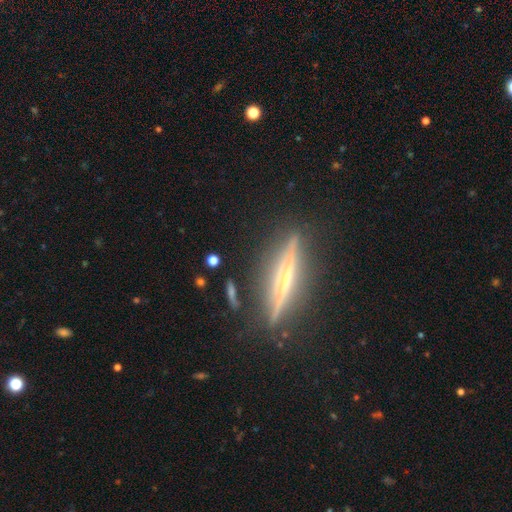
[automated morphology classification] This appears to be a featured or disk galaxy (71%) viewed edge-on (94%) with a rounded central bulge (72%). Merging: none (84%).